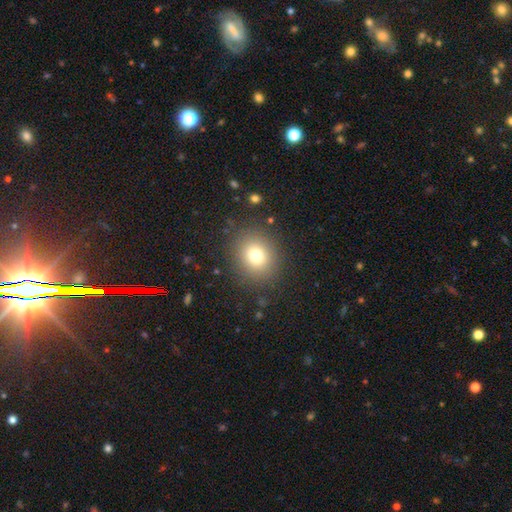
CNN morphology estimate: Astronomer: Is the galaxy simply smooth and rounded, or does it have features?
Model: smooth — 75%.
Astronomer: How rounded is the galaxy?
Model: round — 75%.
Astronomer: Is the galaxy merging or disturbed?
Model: none — 86%.